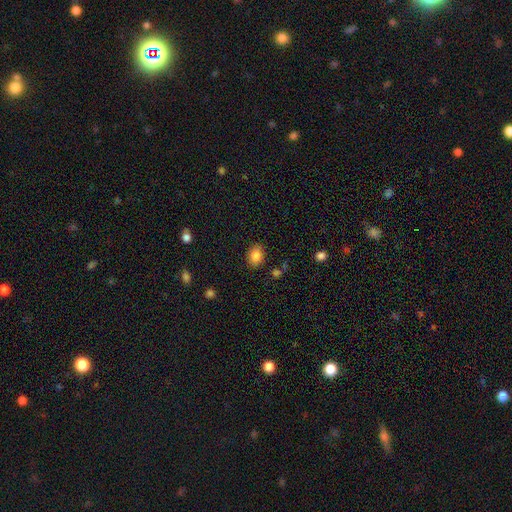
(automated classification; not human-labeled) Smooth or featured: smooth — 84% (star or artifact — 9%)
How rounded: in between — 65% (round — 34%)
Merging: none — 85% (minor disturbance — 10%)